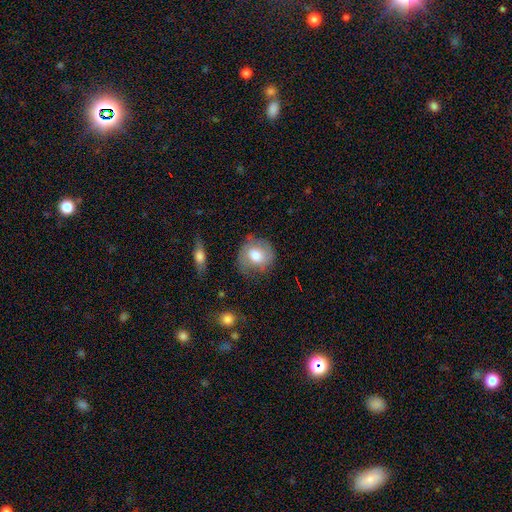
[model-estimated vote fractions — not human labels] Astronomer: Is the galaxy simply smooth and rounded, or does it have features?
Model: smooth — 63%.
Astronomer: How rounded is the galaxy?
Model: round — 79%.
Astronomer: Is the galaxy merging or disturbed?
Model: none — 64%.